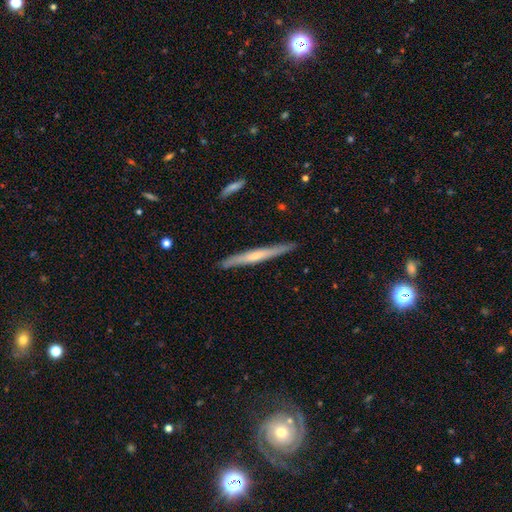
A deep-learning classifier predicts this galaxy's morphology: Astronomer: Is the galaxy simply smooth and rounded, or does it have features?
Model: featured or disk — 58% (runner-up: smooth, 36%).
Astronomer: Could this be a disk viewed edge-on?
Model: yes — 96%.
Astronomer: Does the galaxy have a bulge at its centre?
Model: rounded — 49% (runner-up: none, 44%).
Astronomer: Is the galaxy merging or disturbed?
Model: none — 90%.